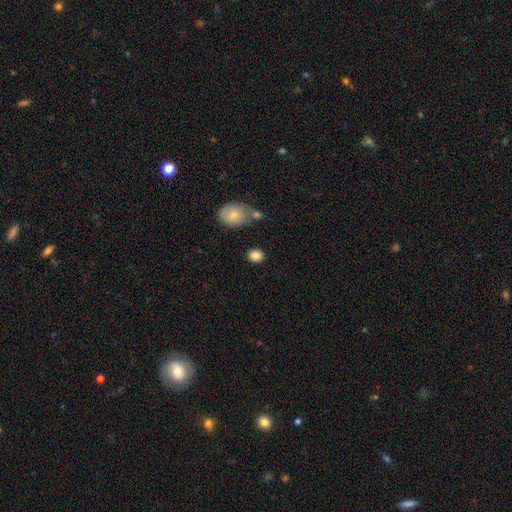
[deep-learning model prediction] smooth_or_featured: smooth (p=0.86) [alt: star or artifact p=0.09]
how_rounded: round (p=0.58) [alt: in between p=0.41]
merging: none (p=0.79) [alt: minor disturbance p=0.10]